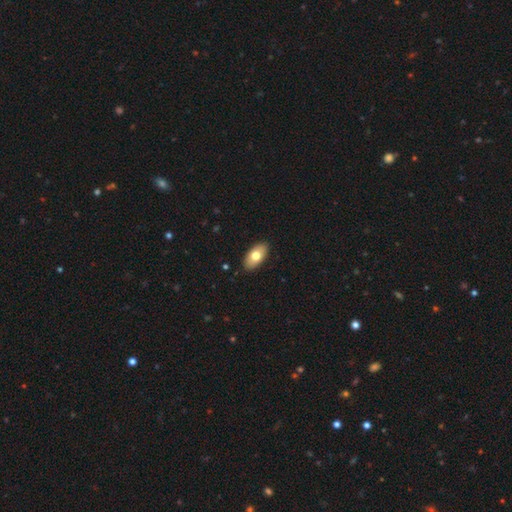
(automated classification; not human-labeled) This appears to be a smooth galaxy with no disk features (73%) that is in between round and cigar-shaped (94%). Merging: none (89%).